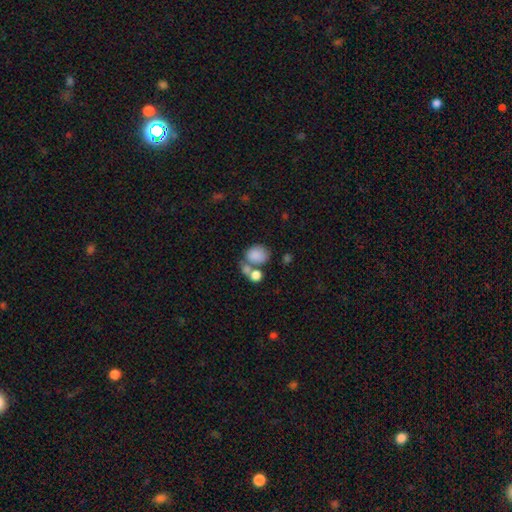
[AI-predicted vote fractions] This appears to be a smooth galaxy with no disk features (80%) that is round (51%). Merging: merger (45%).